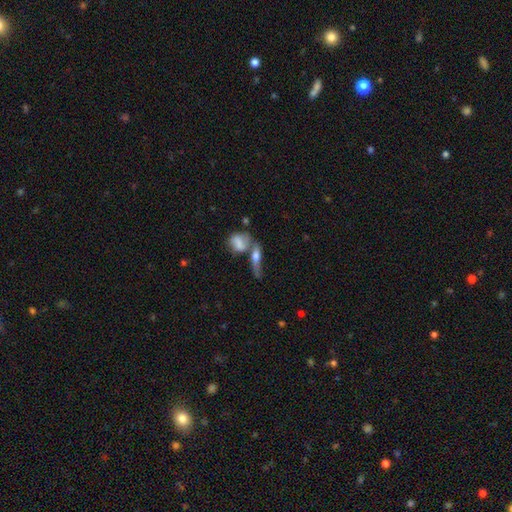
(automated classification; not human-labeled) A smooth galaxy with no disk features (50%) that is cigar-shaped (45%). Merging: merger (39%).